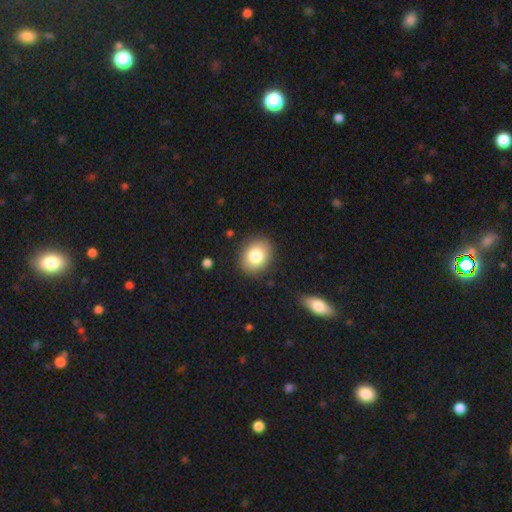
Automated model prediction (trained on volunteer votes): smooth_or_featured: smooth (p=0.82) [alt: featured or disk p=0.10]
how_rounded: round (p=0.52) [alt: in between p=0.48]
merging: none (p=0.88) [alt: minor disturbance p=0.08]